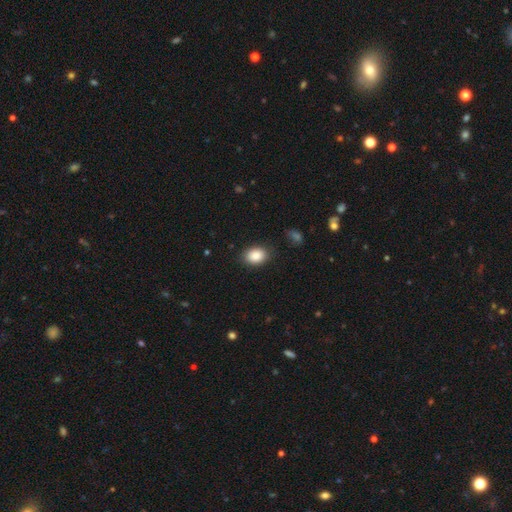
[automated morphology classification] smooth_or_featured: smooth (p=0.87) [alt: star or artifact p=0.08]
how_rounded: in between (p=0.73) [alt: round p=0.26]
merging: none (p=0.85) [alt: minor disturbance p=0.11]